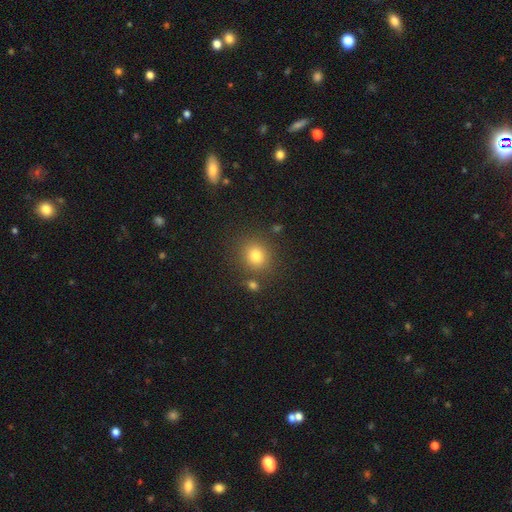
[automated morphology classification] This is likely a smooth galaxy (80%). How rounded: clearly round (82%). Merging: clearly none (81%).